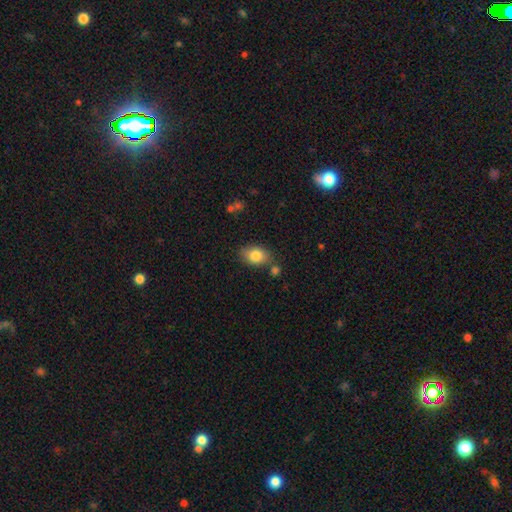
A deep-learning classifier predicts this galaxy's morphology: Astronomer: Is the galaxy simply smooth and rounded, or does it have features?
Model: smooth — 82%.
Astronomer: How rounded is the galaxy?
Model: in between — 81%.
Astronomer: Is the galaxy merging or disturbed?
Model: none — 73%.